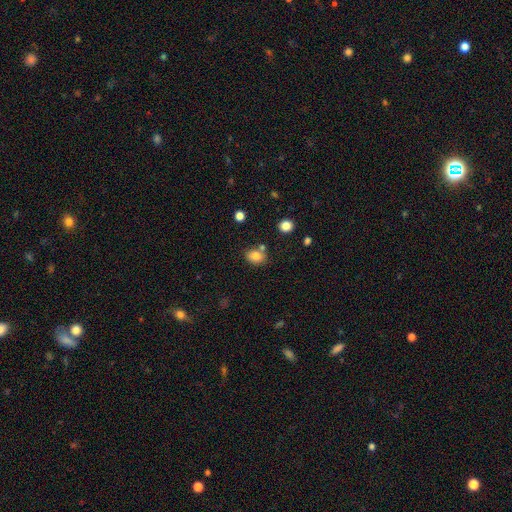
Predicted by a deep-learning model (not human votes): Smooth or featured? Predicted: smooth (p=0.81). How rounded? Predicted: in between (p=0.62). Merging? Predicted: none (p=0.69).